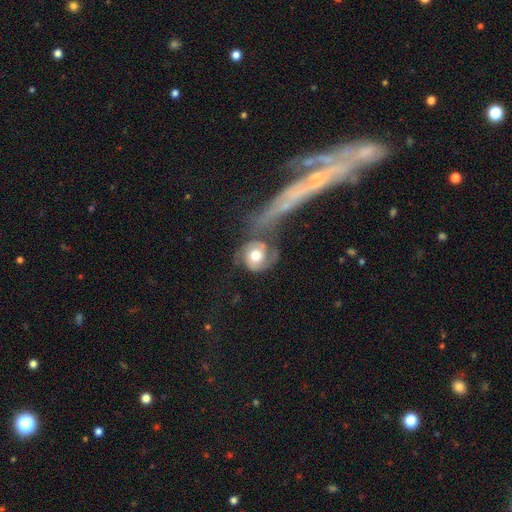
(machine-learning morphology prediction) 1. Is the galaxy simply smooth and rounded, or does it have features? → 67% featured or disk, 28% smooth, 6% star or artifact.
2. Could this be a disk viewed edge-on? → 96% no, 4% yes.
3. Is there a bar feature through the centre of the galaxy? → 76% no, 19% weak, 5% strong.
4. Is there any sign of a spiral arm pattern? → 86% yes, 14% no.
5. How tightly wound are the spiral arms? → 41% medium, 39% tight, 20% loose.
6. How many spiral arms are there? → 81% 2, 8% can't tell, 7% 1, 2% 3, 1% 4, 1% more than 4.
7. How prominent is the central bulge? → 69% moderate, 22% large, 6% small, 2% dominant, 1% none.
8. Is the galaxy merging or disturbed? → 40% none, 26% merger, 17% major disturbance, 16% minor disturbance.